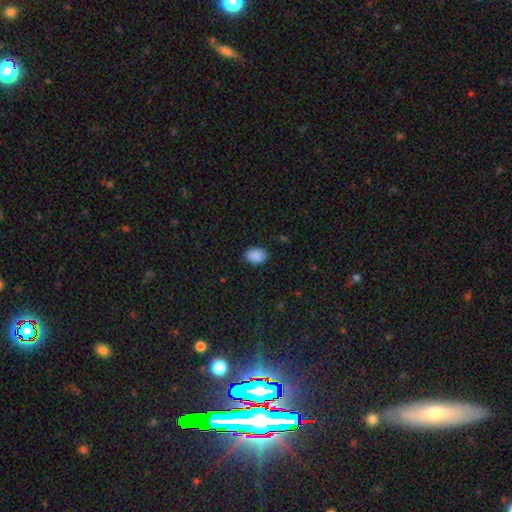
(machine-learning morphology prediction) Overall: smooth (89%). How rounded: in between (78%). Merging: none (85%).